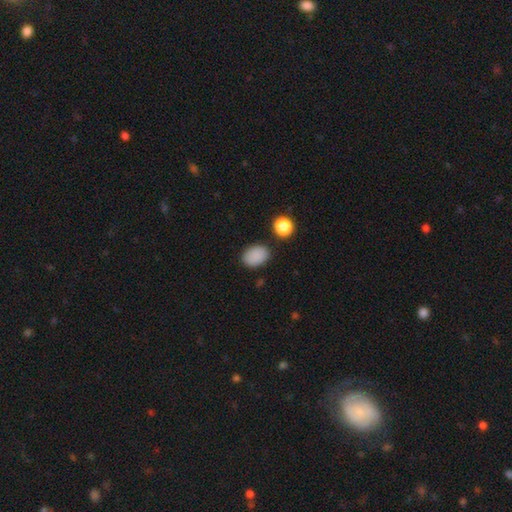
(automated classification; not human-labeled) Q: Smooth or featured?
A: smooth (87%); runner-up: star or artifact (10%)
Q: How rounded?
A: in between (75%); runner-up: round (24%)
Q: Merging?
A: none (83%); runner-up: minor disturbance (11%)